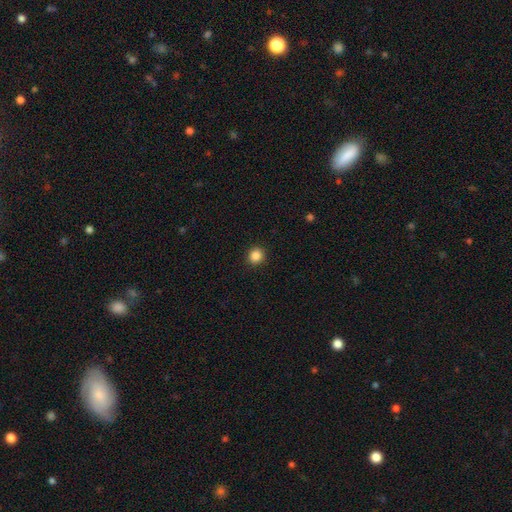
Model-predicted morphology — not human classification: A smooth galaxy with no disk features (86%) that is round (90%).

Vote fractions:
- Smooth or featured? smooth: 86% / star or artifact: 11% / featured or disk: 3%
- How rounded? round: 90% / in between: 9% / cigar-shaped: 1%
- Merging? none: 92% / minor disturbance: 5% / major disturbance: 2% / merger: 1%